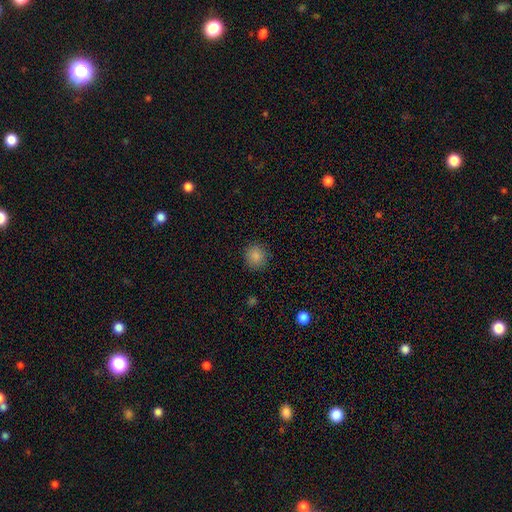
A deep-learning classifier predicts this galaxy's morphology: Smooth or featured: smooth — 86% (star or artifact — 10%)
How rounded: round — 89% (in between — 10%)
Merging: none — 90% (minor disturbance — 7%)